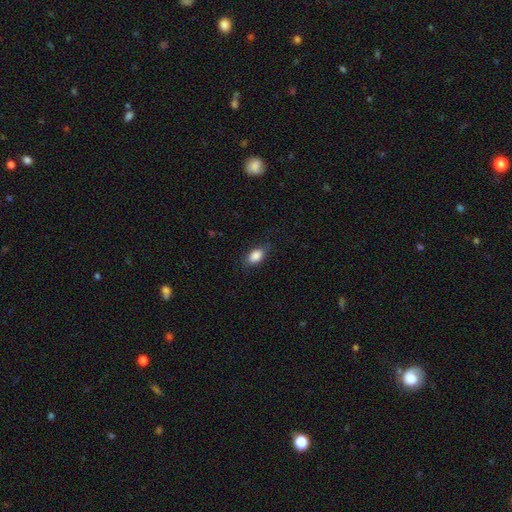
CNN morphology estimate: smooth_or_featured: smooth (p=0.88) [alt: star or artifact p=0.07]
how_rounded: in between (p=0.89) [alt: round p=0.09]
merging: none (p=0.79) [alt: minor disturbance p=0.16]